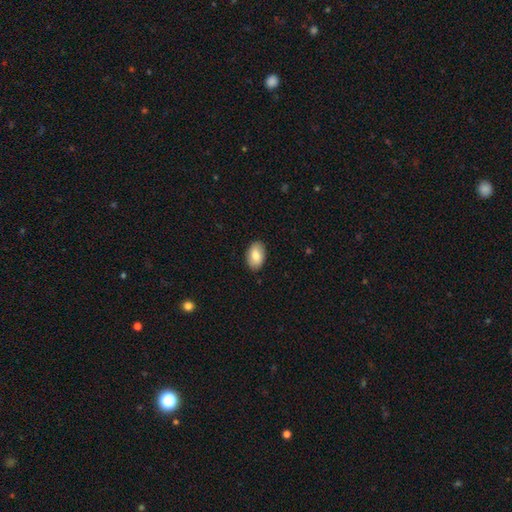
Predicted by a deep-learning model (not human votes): Morphology: type=smooth (82%); roundness=in between (92%); merging=none (88%).